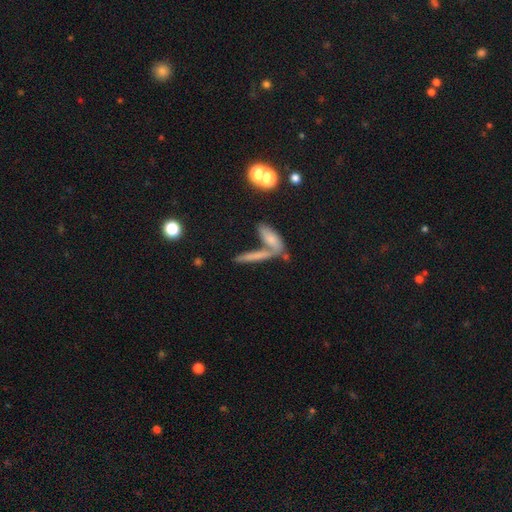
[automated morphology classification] smooth_or_featured: smooth (p=0.60) [alt: featured or disk p=0.29]
how_rounded: cigar-shaped (p=0.76) [alt: in between p=0.21]
merging: merger (p=0.47) [alt: none p=0.39]